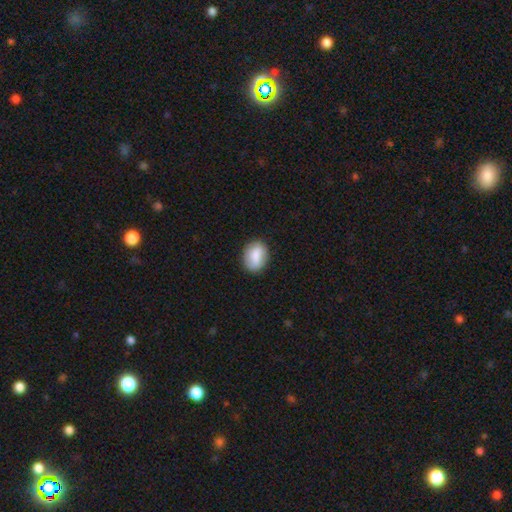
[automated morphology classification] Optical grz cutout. It shows a smooth galaxy with no disk features (78%) that is in between round and cigar-shaped (69%). Merging: none (81%).